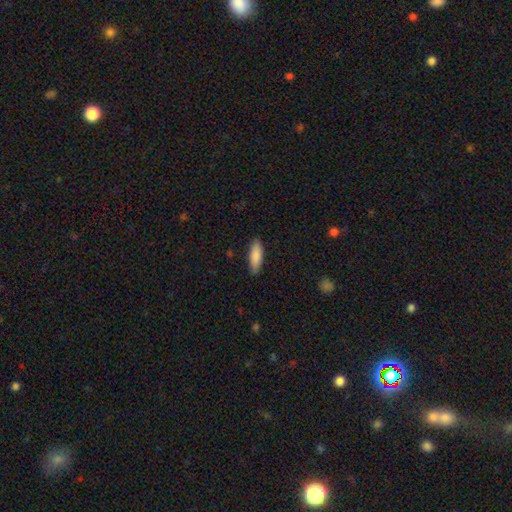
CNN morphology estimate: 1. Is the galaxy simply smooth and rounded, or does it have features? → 87% smooth, 8% featured or disk, 6% star or artifact.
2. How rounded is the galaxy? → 54% in between, 44% cigar-shaped, 2% round.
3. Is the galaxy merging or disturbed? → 87% none, 10% minor disturbance, 2% major disturbance, 1% merger.